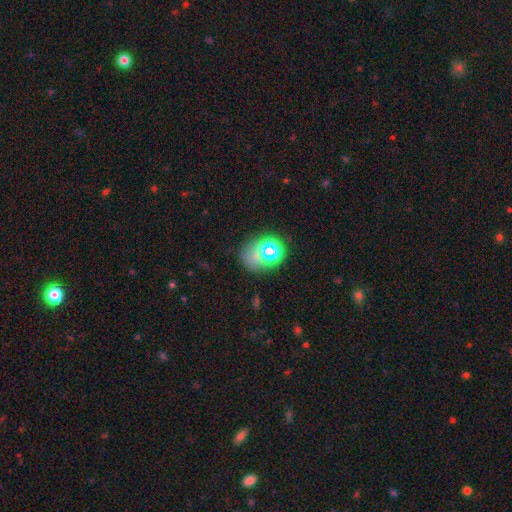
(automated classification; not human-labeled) A smooth galaxy with no disk features (44%).

Vote fractions:
- Smooth or featured? smooth: 44% / star or artifact: 41% / featured or disk: 15%
- Merging? none: 63% / minor disturbance: 17% / major disturbance: 14% / merger: 6%